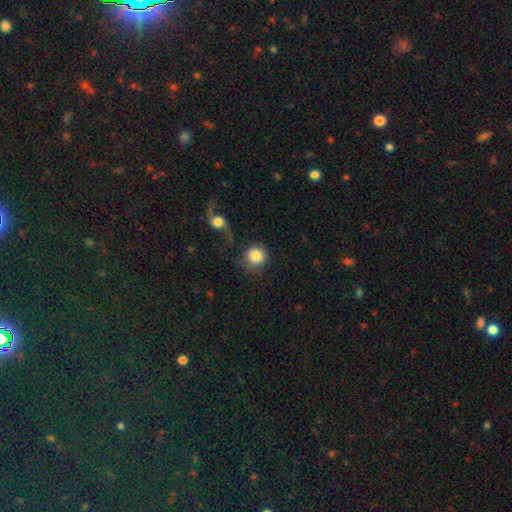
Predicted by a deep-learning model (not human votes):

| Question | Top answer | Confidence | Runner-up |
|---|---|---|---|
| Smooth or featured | smooth | 84% | featured or disk (9%) |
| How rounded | round | 93% | in between (6%) |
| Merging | none | 68% | merger (13%) |